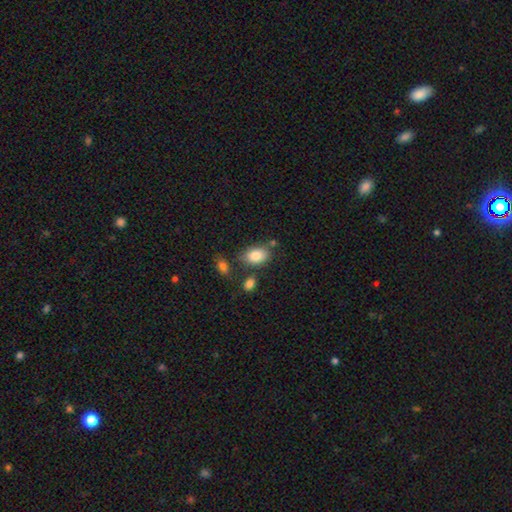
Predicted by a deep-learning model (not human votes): The model was most divided on "merging": none: 68%, minor disturbance: 17%, merger: 11%, major disturbance: 5%. More confident: how rounded — in between (87%); smooth or featured — smooth (85%).